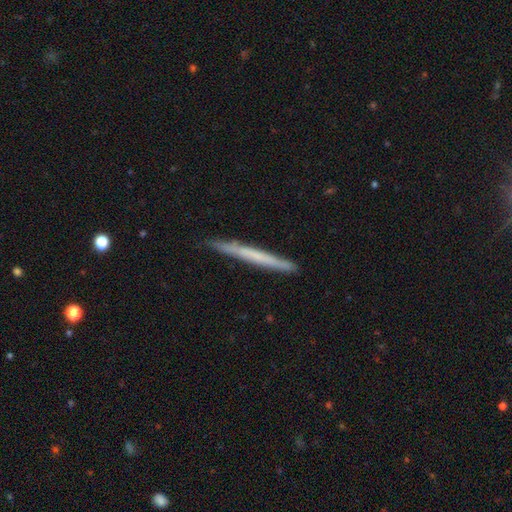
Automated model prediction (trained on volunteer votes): Smooth or featured: smooth — 49% (featured or disk — 45%)
Merging: none — 86% (minor disturbance — 11%)